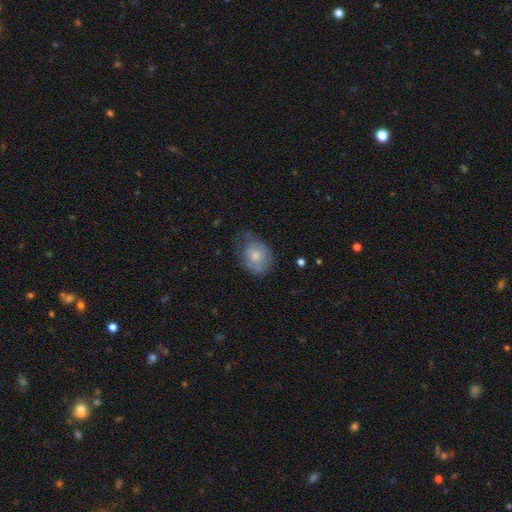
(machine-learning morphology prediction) smooth_or_featured: smooth (p=0.63) [alt: featured or disk p=0.30]
how_rounded: in between (p=0.62) [alt: round p=0.37]
merging: none (p=0.48) [alt: minor disturbance p=0.34]